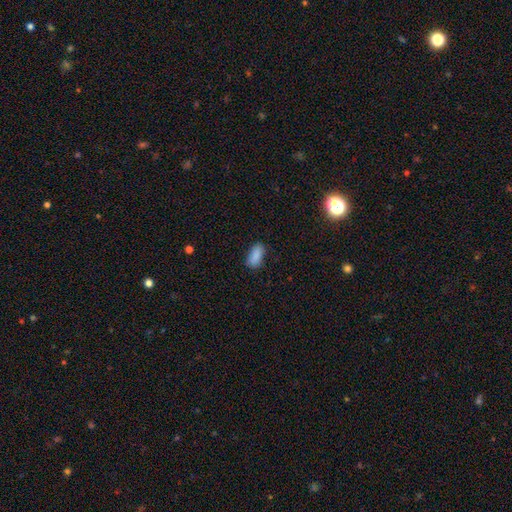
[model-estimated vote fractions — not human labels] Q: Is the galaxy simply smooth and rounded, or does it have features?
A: smooth — 88%.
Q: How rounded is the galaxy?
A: in between — 90%.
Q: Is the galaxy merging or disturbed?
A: none — 80%.